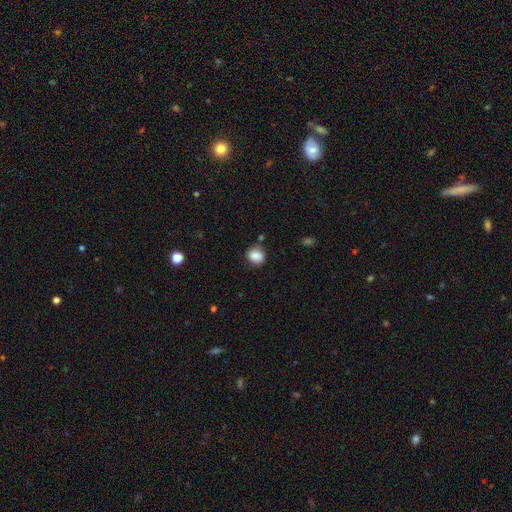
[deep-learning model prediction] Smooth or featured?
  - smooth: 85% *
  - star or artifact: 9%
  - featured or disk: 6%
How rounded?
  - round: 70% *
  - in between: 29%
  - cigar-shaped: 1%
Merging?
  - none: 76% *
  - minor disturbance: 16%
  - merger: 5%
  - major disturbance: 4%